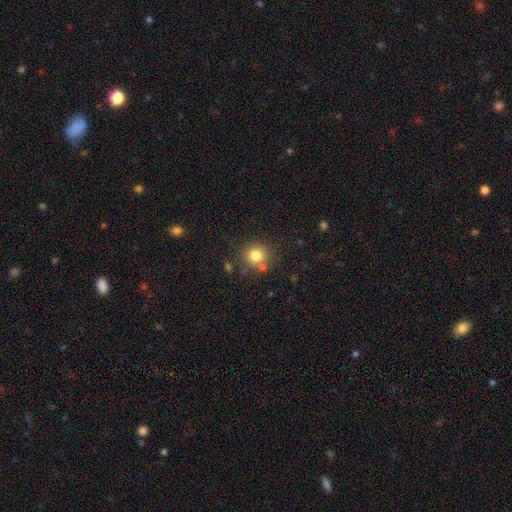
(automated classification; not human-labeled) smooth_or_featured: smooth (p=0.80) [alt: star or artifact p=0.12]
how_rounded: round (p=0.91) [alt: in between p=0.08]
merging: none (p=0.75) [alt: minor disturbance p=0.11]